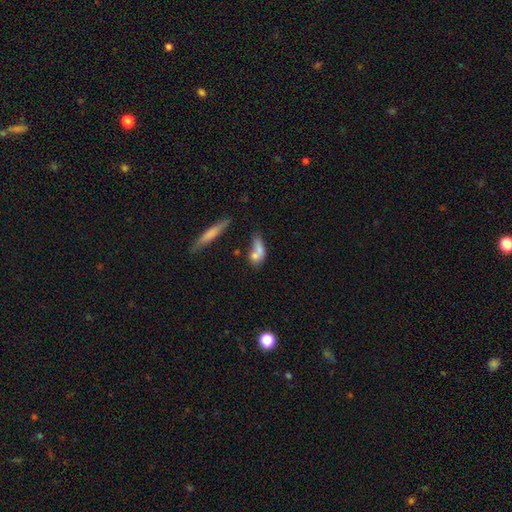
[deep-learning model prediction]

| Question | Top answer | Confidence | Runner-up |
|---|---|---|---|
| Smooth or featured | smooth | 67% | featured or disk (22%) |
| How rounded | in between | 62% | cigar-shaped (25%) |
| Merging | merger | 44% | none (30%) |